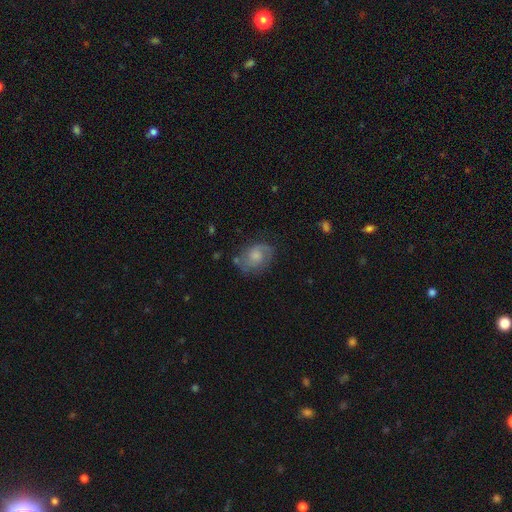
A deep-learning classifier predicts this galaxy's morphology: The model was most divided on "bulge size": moderate: 37%, small: 34%, none: 17%, large: 10%, dominant: 2%. More confident: edge-on disk — no (97%); spiral arms — yes (86%); bar — no (68%); merging — none (65%); smooth or featured — featured or disk (56%).